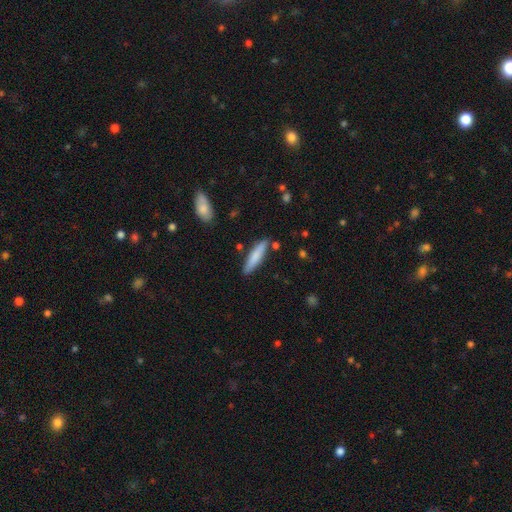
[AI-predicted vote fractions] smooth 75%, featured or disk 19%, star or artifact 6%. Down the decision tree: how rounded — cigar-shaped (84%); merging — none (83%).